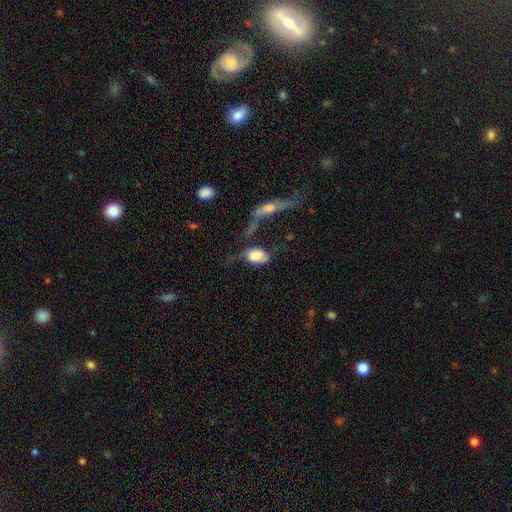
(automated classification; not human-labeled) Smooth or featured? Predicted: smooth (p=0.64). How rounded? Predicted: in between (p=0.83). Merging? Predicted: merger (p=0.37).